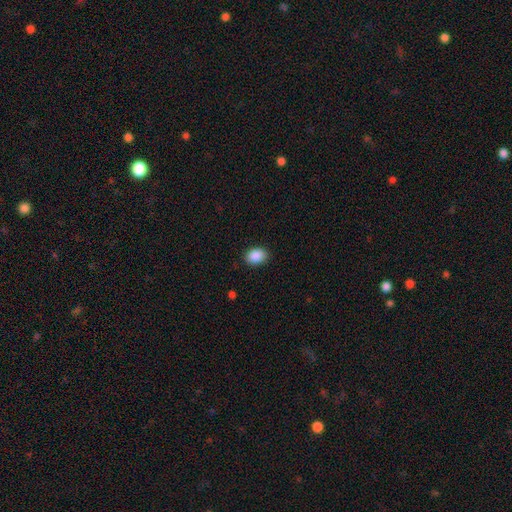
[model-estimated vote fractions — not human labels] Smooth or featured? Predicted: smooth (p=0.90). How rounded? Predicted: in between (p=0.71). Merging? Predicted: none (p=0.88).